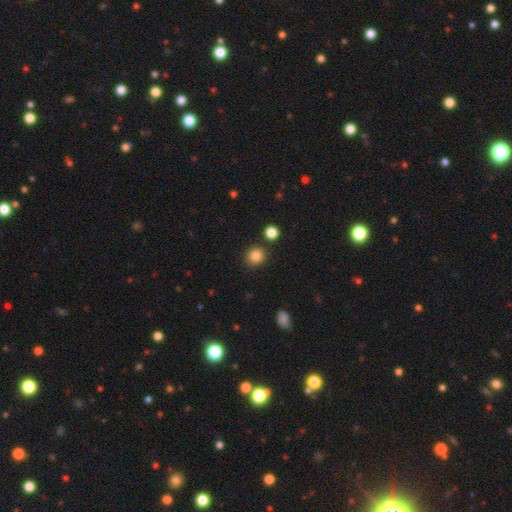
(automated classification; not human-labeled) This appears to be a smooth galaxy with no disk features (85%) that is round (86%). Merging: none (87%).